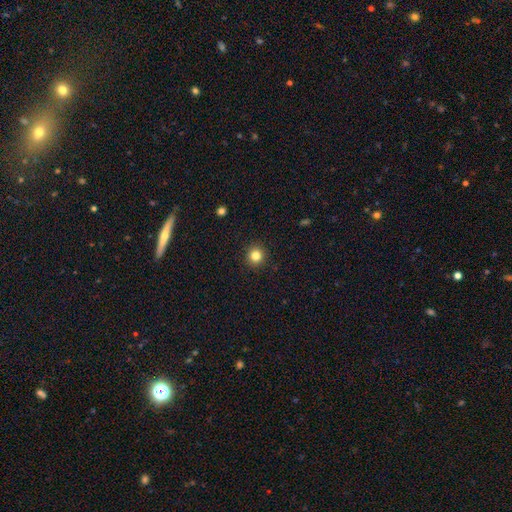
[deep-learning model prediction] Smooth or featured: smooth — 83% (star or artifact — 12%)
How rounded: round — 93% (in between — 6%)
Merging: none — 93% (minor disturbance — 5%)